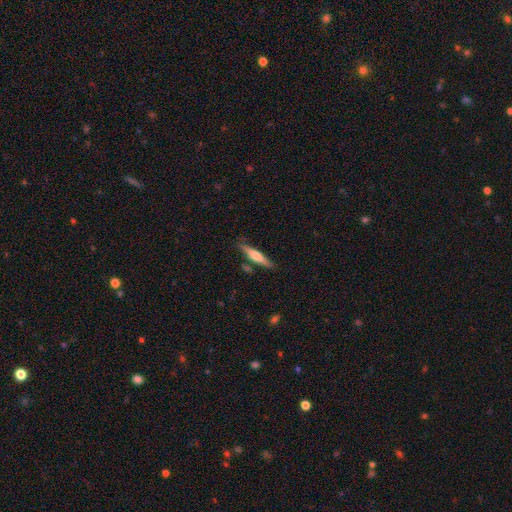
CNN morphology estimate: smooth 47% (tied), featured or disk 47% (tied), star or artifact 6%. Down the decision tree: merging — none (80%).